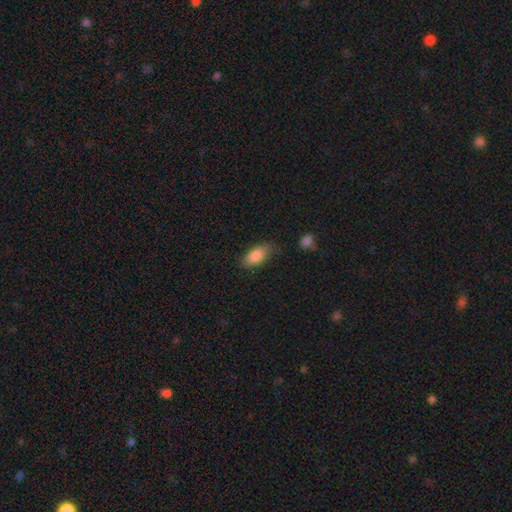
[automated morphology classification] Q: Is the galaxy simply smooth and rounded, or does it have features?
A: smooth — 86%.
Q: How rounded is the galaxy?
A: in between — 89%.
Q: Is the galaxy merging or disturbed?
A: none — 73%.